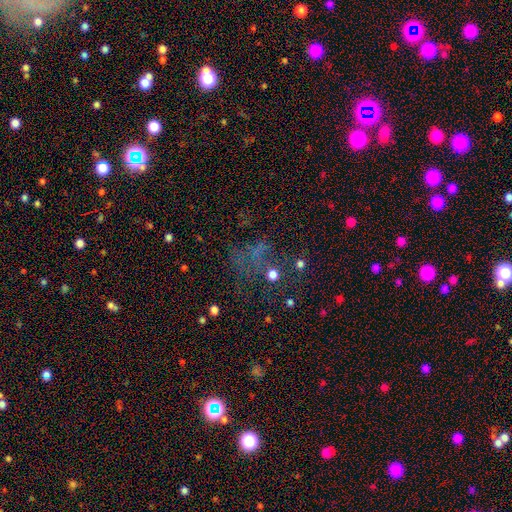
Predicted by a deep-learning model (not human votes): Overall: star or artifact (48%; smooth 31%).